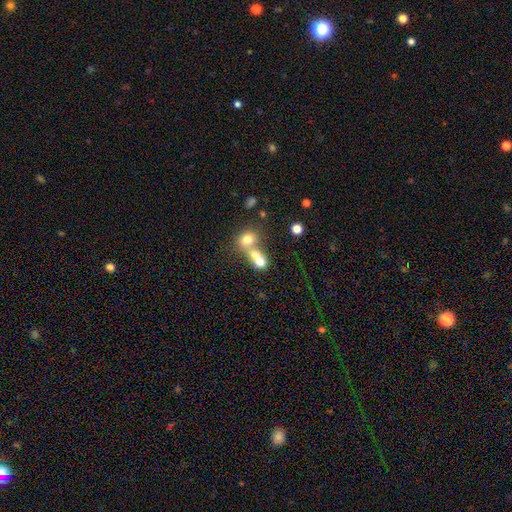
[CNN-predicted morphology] Smooth or featured: smooth — 68% (featured or disk — 18%)
How rounded: round — 67% (in between — 32%)
Merging: merger — 60% (none — 30%)